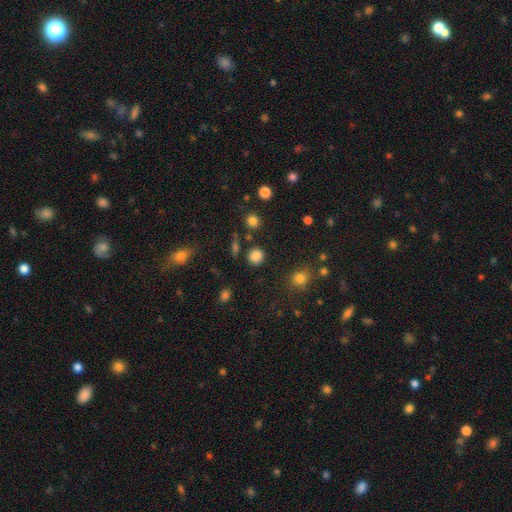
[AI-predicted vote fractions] smooth 84%, star or artifact 12%, featured or disk 4%. Down the decision tree: how rounded — round (88%); merging — none (86%).